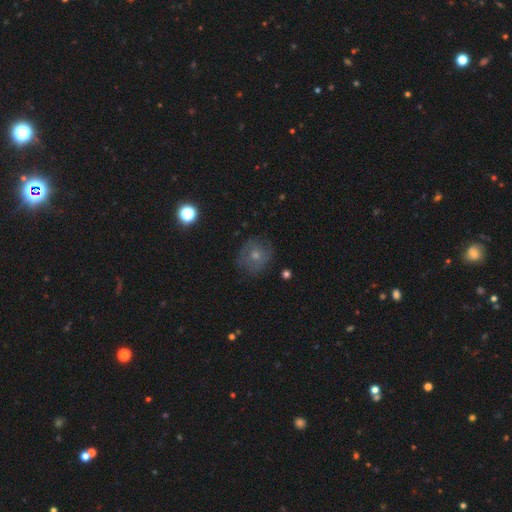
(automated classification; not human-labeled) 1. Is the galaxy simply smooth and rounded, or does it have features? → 51% smooth, 38% featured or disk, 12% star or artifact.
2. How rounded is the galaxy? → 82% round, 17% in between, 1% cigar-shaped.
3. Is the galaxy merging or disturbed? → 72% none, 18% minor disturbance, 8% major disturbance, 2% merger.